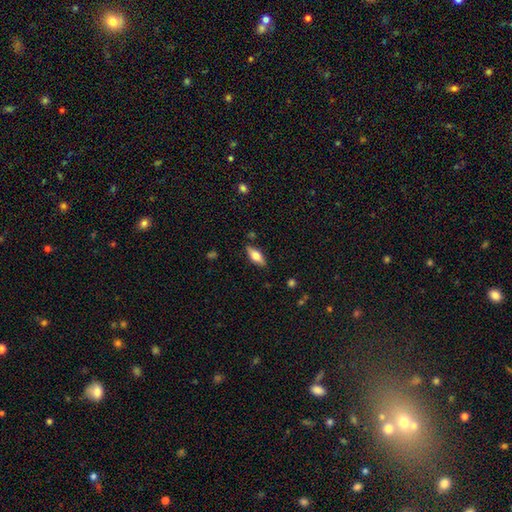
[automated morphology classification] Q: Smooth or featured?
A: smooth (60%); runner-up: featured or disk (33%)
Q: How rounded?
A: in between (71%); runner-up: cigar-shaped (27%)
Q: Merging?
A: none (85%); runner-up: minor disturbance (11%)